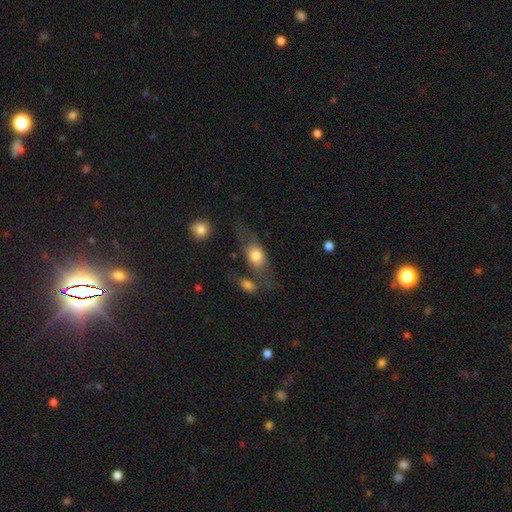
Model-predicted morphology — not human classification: Q: Smooth or featured?
A: smooth (62%); runner-up: featured or disk (31%)
Q: How rounded?
A: in between (70%); runner-up: round (18%)
Q: Merging?
A: none (49%); runner-up: minor disturbance (19%)